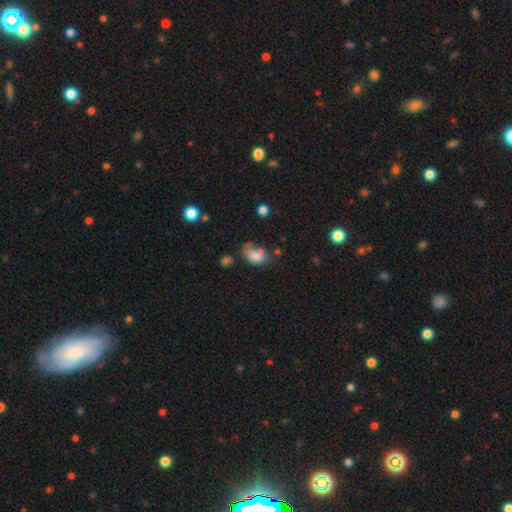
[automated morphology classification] A smooth galaxy with no disk features (72%) that is in between round and cigar-shaped (80%). Merging: none (31%).